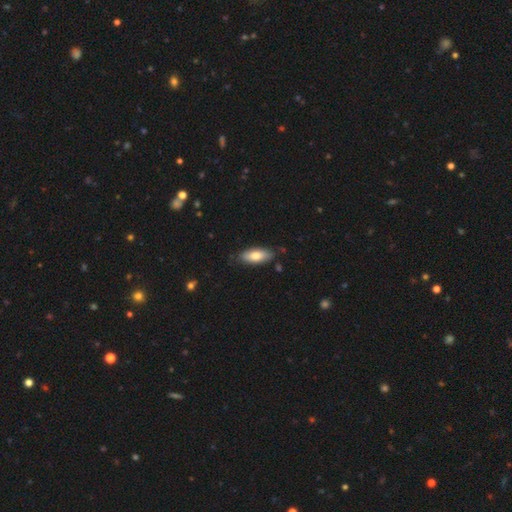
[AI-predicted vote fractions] This is likely a smooth galaxy (77%). How rounded: likely in between (80%). Merging: clearly none (82%).